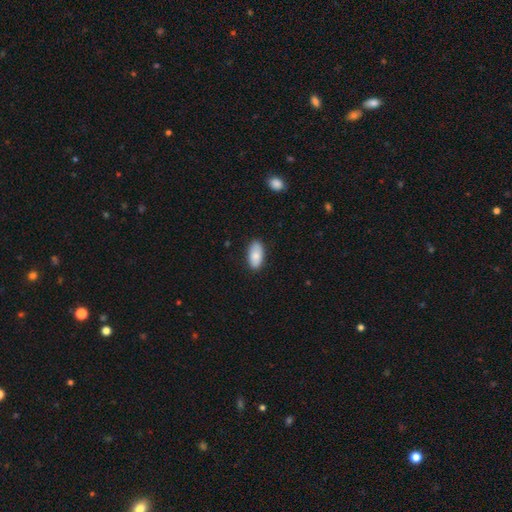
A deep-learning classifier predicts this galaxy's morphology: The model was most divided on "smooth or featured": smooth: 84%, featured or disk: 10%, star or artifact: 6%. More confident: how rounded — in between (93%); merging — none (86%).